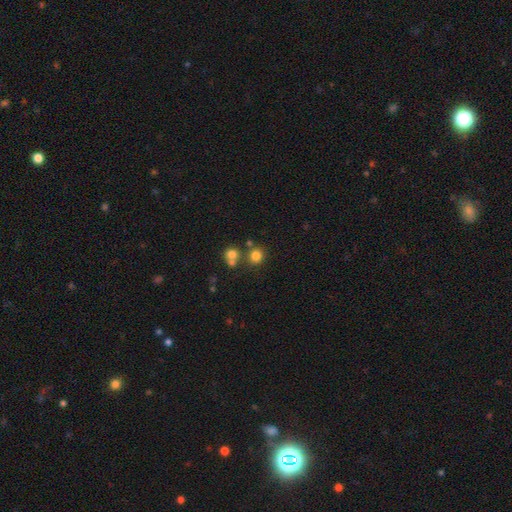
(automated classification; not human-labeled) Morphology: type=smooth (79%); roundness=round (86%); merging=none (70%).